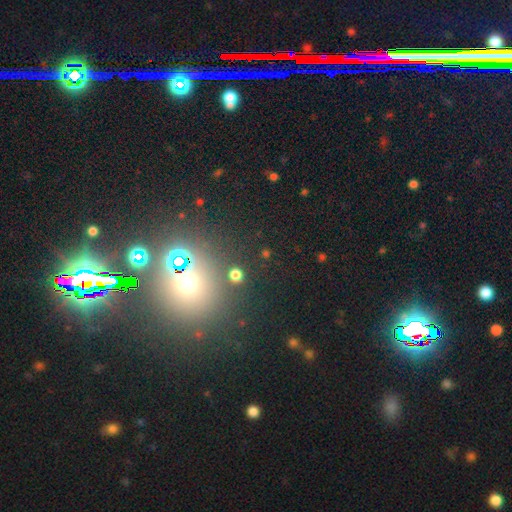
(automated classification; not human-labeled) A star or artifact, not a galaxy (54%).